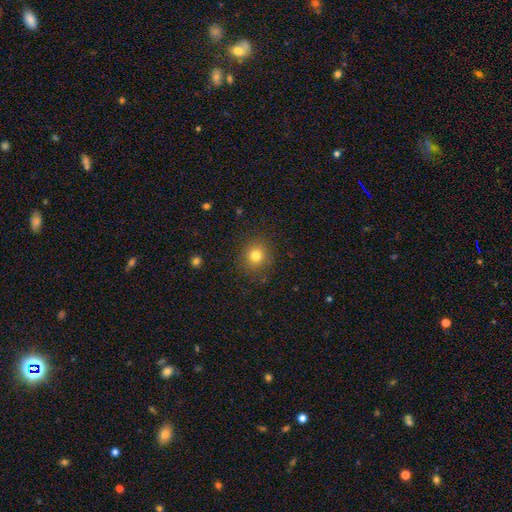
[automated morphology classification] Smooth or featured?
  - smooth: 79% *
  - star or artifact: 13%
  - featured or disk: 8%
How rounded?
  - round: 87% *
  - in between: 13%
  - cigar-shaped: 1%
Merging?
  - none: 88% *
  - minor disturbance: 8%
  - major disturbance: 3%
  - merger: 1%